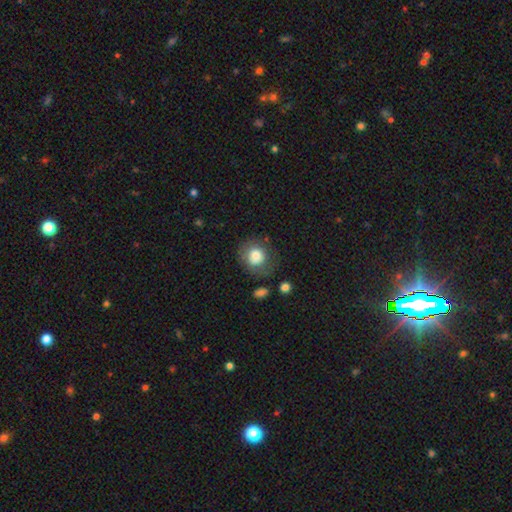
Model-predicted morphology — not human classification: Smooth or featured? Predicted: smooth (p=0.77). How rounded? Predicted: round (p=0.81). Merging? Predicted: none (p=0.65).